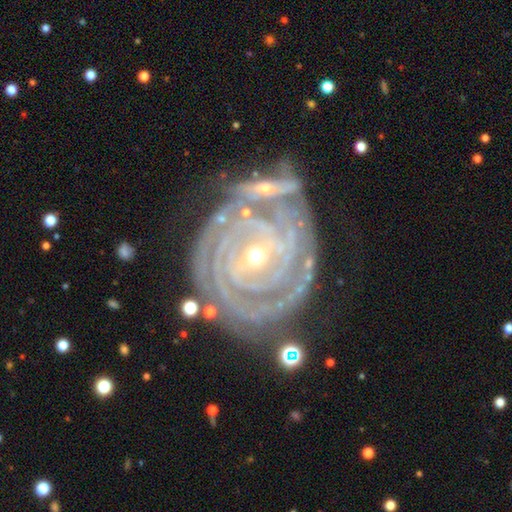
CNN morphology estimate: This is clearly a featured or disk galaxy (91%). It is clearly not viewed edge-on (97%). Bar: possibly no (50%). Spiral arm pattern: clearly yes (98%). Spiral arm count: marginally 2 (27%). Spiral winding: clearly tight (89%). Central bulge: likely small (67%). Merging: likely none (64%).